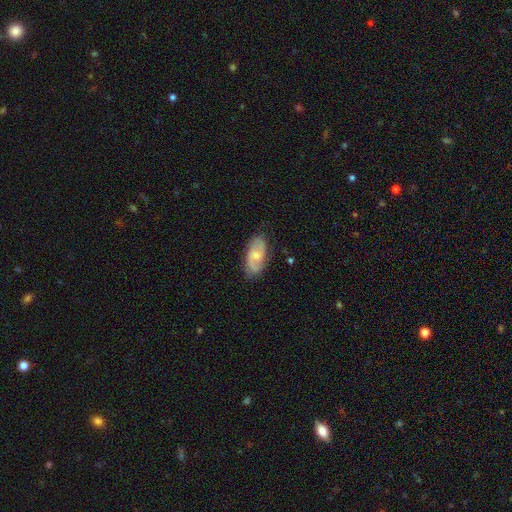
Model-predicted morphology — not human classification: Smooth or featured?
  - featured or disk: 62% *
  - smooth: 32%
  - star or artifact: 6%
Edge-on disk?
  - no: 94% *
  - yes: 6%
Bar?
  - no: 47% *
  - weak: 45%
  - strong: 8%
Spiral arms?
  - yes: 89% *
  - no: 11%
Spiral winding?
  - medium: 46% *
  - loose: 32%
  - tight: 22%
Spiral arm count?
  - 2: 81% *
  - can't tell: 12%
  - 3: 3%
  - 1: 2%
  - 4: 1%
  - more than 4: 1%
Bulge size?
  - small: 47% *
  - moderate: 45%
  - none: 5%
  - large: 3%
  - dominant: 1%
Merging?
  - none: 78% *
  - minor disturbance: 17%
  - major disturbance: 4%
  - merger: 1%